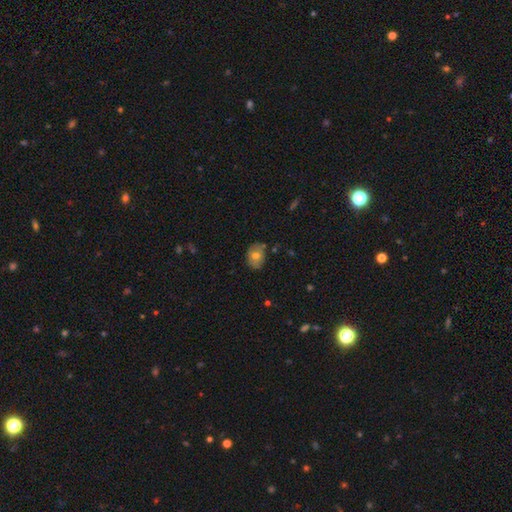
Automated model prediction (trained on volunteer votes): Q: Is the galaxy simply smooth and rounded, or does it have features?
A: smooth — 68%.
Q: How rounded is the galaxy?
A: in between — 62%.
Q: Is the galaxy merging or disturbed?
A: none — 75%.